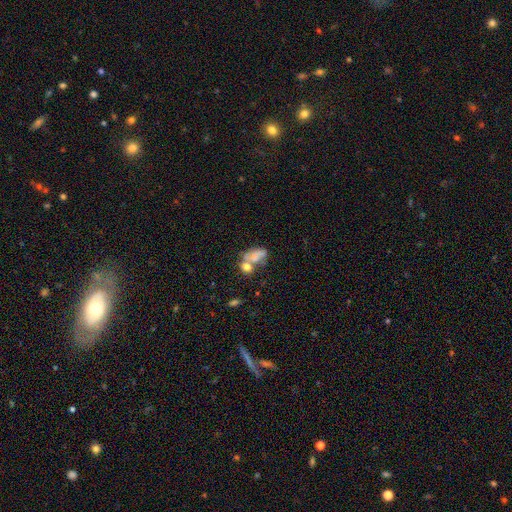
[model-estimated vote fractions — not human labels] This is possibly a smooth galaxy (58%). How rounded: likely in between (78%). Merging: possibly merger (48%).